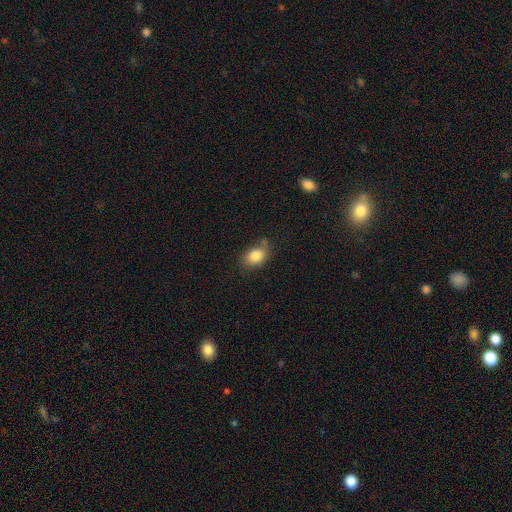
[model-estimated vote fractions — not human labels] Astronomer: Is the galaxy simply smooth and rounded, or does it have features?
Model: smooth — 83%.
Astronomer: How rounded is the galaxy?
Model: in between — 70%.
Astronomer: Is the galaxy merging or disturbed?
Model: none — 62%.